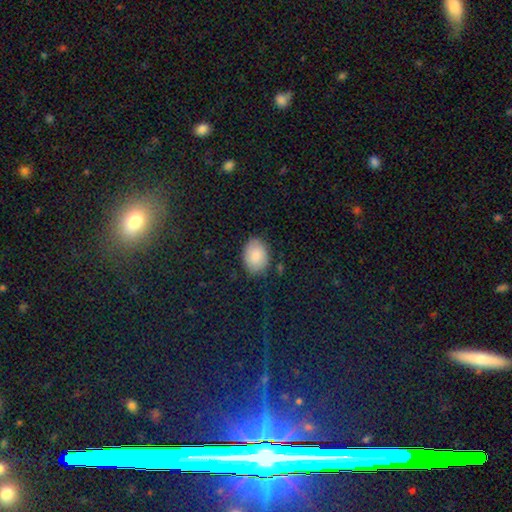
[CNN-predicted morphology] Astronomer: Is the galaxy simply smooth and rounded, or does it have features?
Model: smooth — 84%.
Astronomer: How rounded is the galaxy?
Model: in between — 73%.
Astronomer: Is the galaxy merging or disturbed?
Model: none — 82%.